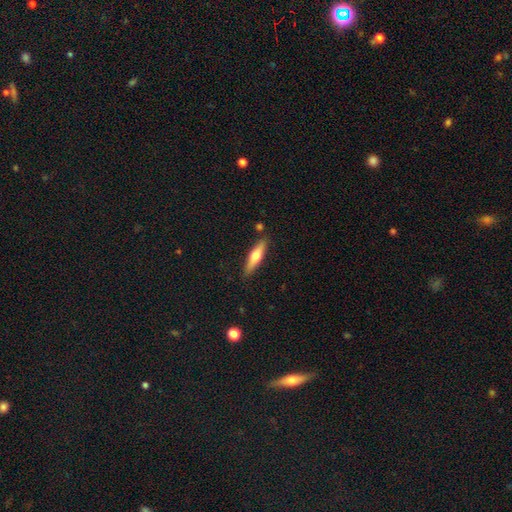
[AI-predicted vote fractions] Smooth or featured: smooth — 50% (featured or disk — 45%)
Merging: none — 85% (minor disturbance — 10%)